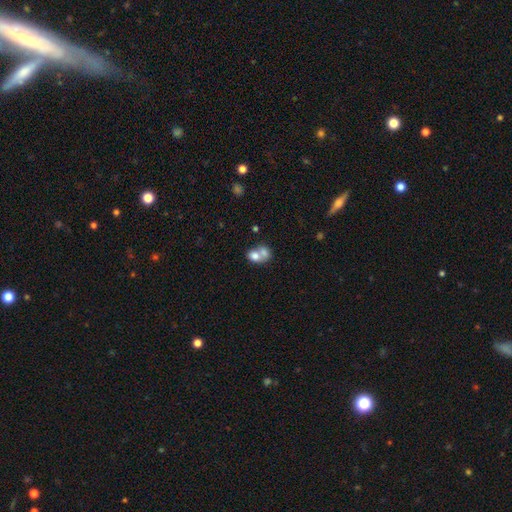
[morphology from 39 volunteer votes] type=smooth (69%); roundness=in between (74%); merging=merger (86%).